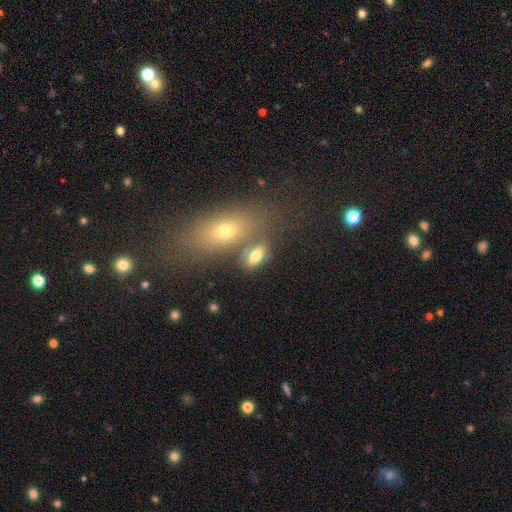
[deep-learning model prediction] Morphology: type=smooth (71%); roundness=in between (83%); merging=none (59%).